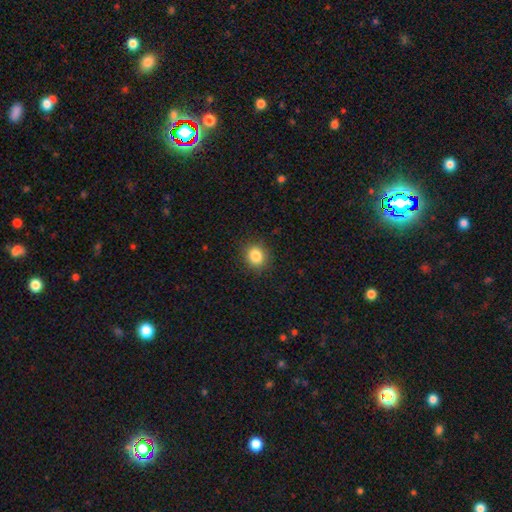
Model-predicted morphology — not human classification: A smooth galaxy with no disk features (85%) that is round (73%).

Vote fractions:
- Smooth or featured? smooth: 85% / star or artifact: 11% / featured or disk: 5%
- How rounded? round: 73% / in between: 26% / cigar-shaped: 1%
- Merging? none: 89% / minor disturbance: 8% / major disturbance: 2% / merger: 1%